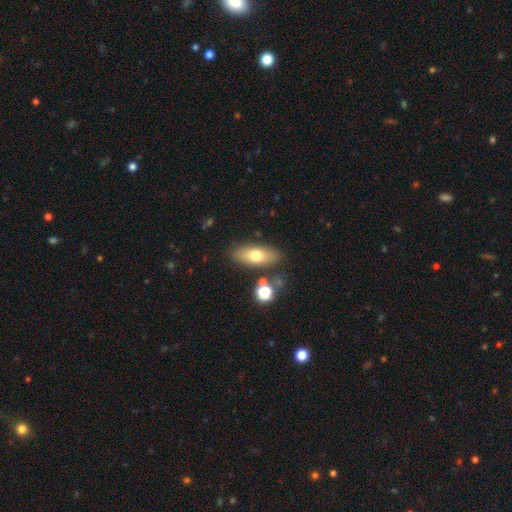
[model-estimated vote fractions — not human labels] Overall: smooth (71%). How rounded: in between (77%). Merging: none (81%).